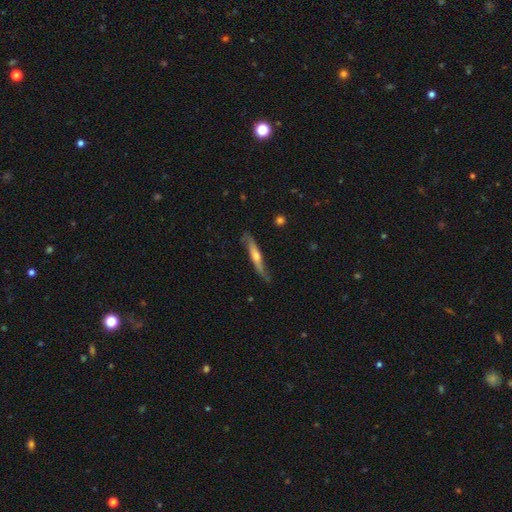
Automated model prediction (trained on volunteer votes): A featured or disk galaxy (67%) viewed edge-on (86%) with a rounded central bulge (80%).

Vote fractions:
- Smooth or featured? featured or disk: 67% / smooth: 27% / star or artifact: 5%
- Edge-on disk? yes: 86% / no: 14%
- Edge-on bulge? rounded: 80% / none: 14% / boxy: 6%
- Merging? none: 74% / minor disturbance: 20% / major disturbance: 4% / merger: 2%